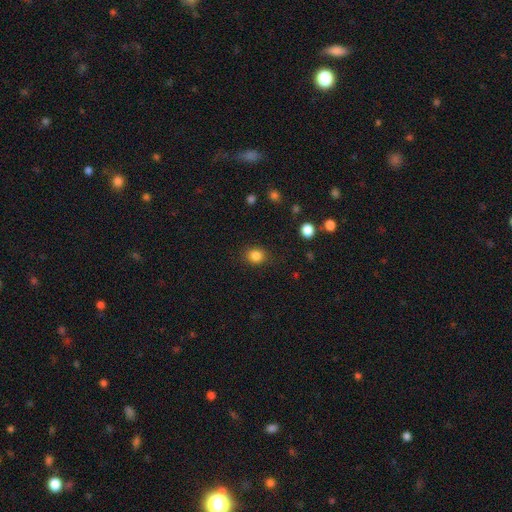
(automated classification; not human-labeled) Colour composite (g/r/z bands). It shows a smooth galaxy with no disk features (84%) that is round (72%). Merging: none (85%).